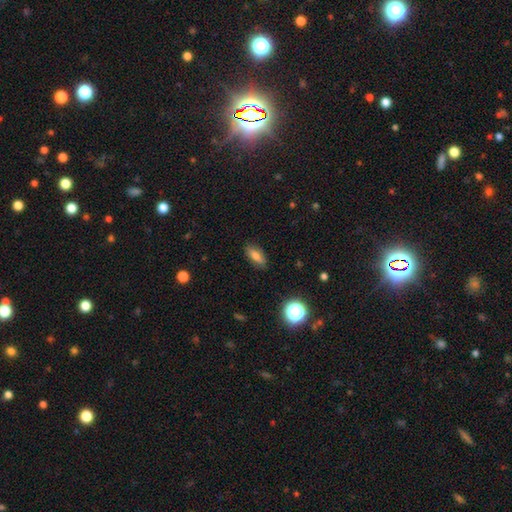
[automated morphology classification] Smooth or featured?
  - smooth: 71% *
  - featured or disk: 18%
  - star or artifact: 11%
How rounded?
  - in between: 75% *
  - cigar-shaped: 20%
  - round: 5%
Merging?
  - none: 84% *
  - minor disturbance: 12%
  - major disturbance: 3%
  - merger: 1%